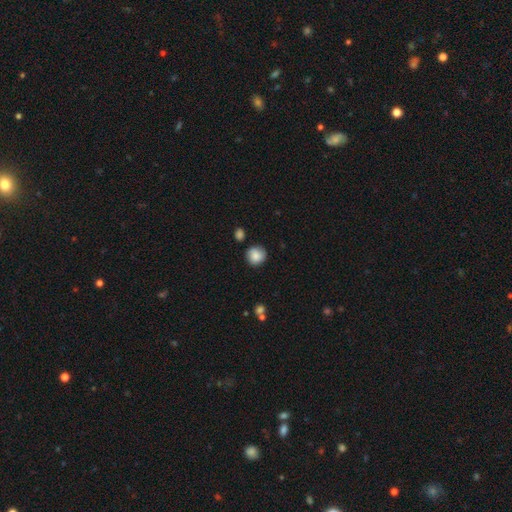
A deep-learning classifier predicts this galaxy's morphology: type=smooth (85%); roundness=round (89%); merging=none (79%).